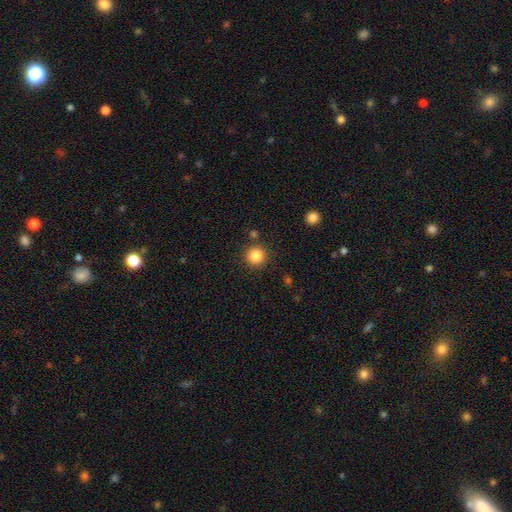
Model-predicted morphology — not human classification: This appears to be a smooth galaxy with no disk features (85%) that is round (94%). Merging: none (87%).